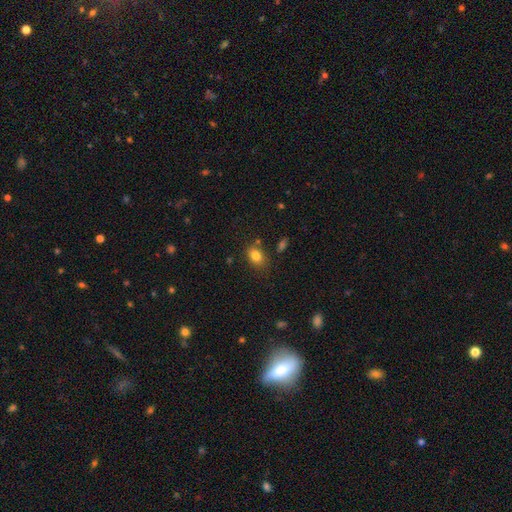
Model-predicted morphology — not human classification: This is clearly a smooth galaxy (82%). How rounded: likely in between (73%). Merging: likely none (75%).